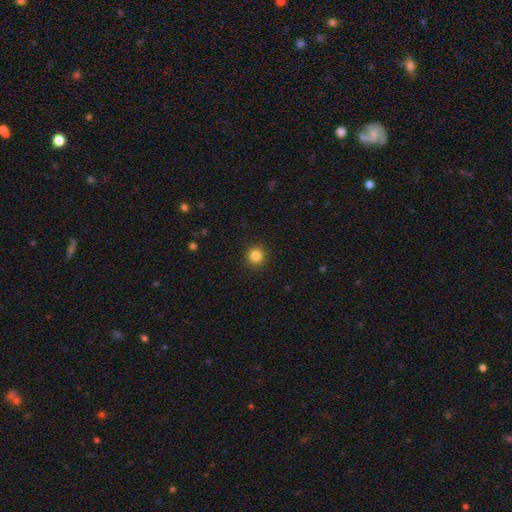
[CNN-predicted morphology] Overall: smooth (84%). How rounded: round (95%). Merging: none (92%).